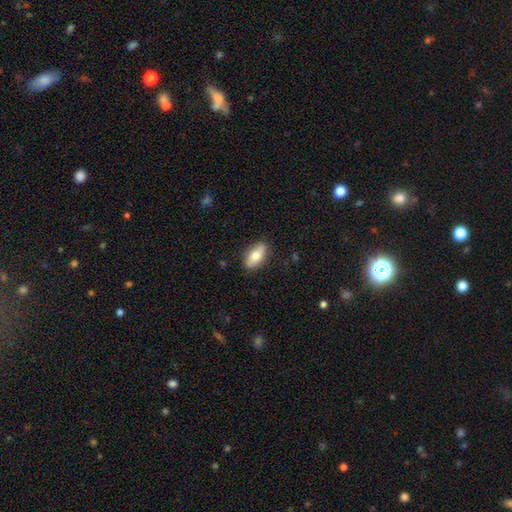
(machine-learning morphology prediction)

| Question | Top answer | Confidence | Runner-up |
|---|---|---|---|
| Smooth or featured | smooth | 74% | featured or disk (20%) |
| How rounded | in between | 86% | cigar-shaped (11%) |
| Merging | none | 86% | minor disturbance (11%) |